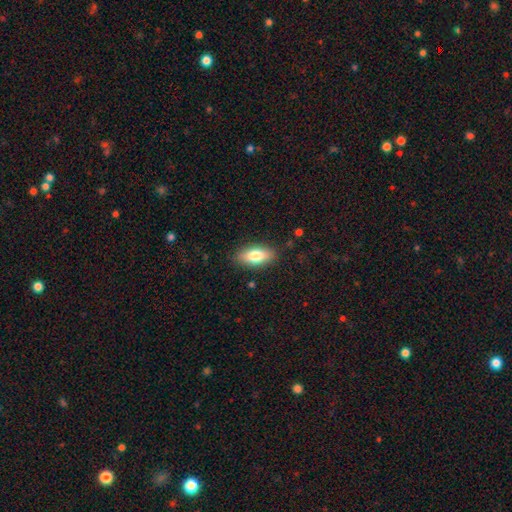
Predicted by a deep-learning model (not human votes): Smooth or featured? smooth (76%)
How rounded? in between (83%)
Merging? none (86%)